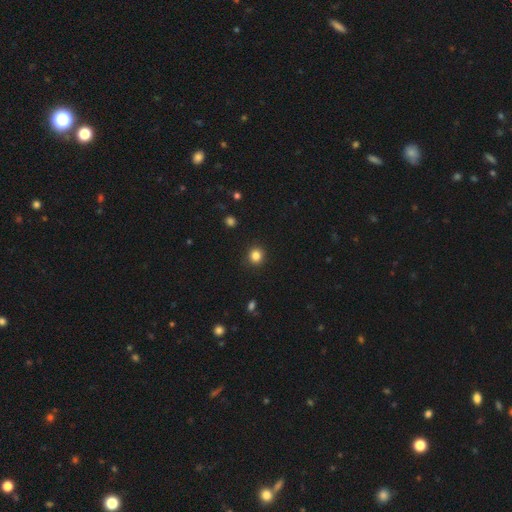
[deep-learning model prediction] Smooth or featured? smooth (84%)
How rounded? round (91%)
Merging? none (92%)